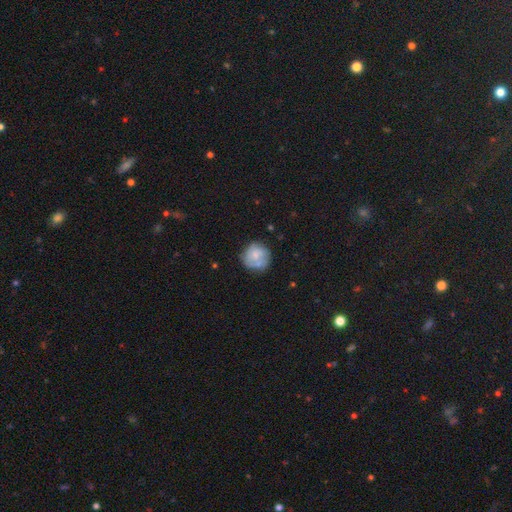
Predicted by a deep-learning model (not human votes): Overall: smooth (63%; featured or disk 30%). How rounded: round (89%). Merging: none (61%; minor disturbance 22%).